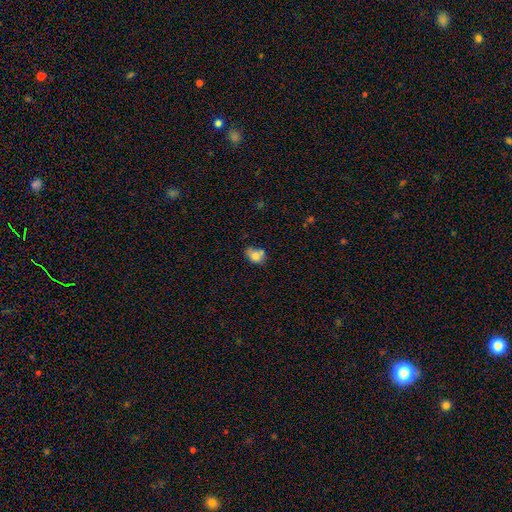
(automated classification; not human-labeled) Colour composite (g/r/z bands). It shows a smooth galaxy with no disk features (76%) that is in between round and cigar-shaped (71%). Merging: none (45%).